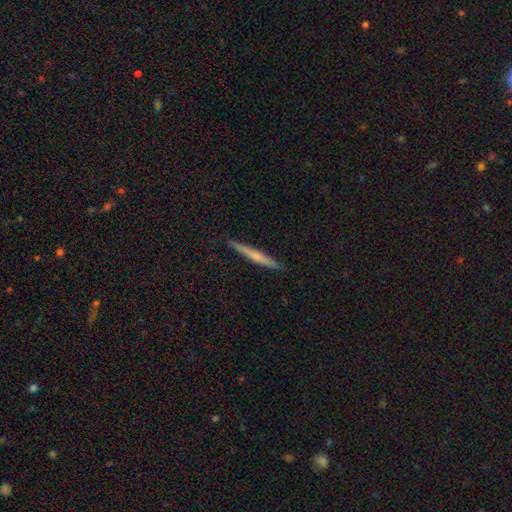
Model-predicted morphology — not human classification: Q: Smooth or featured?
A: featured or disk (48%); runner-up: smooth (46%)
Q: Merging?
A: none (92%); runner-up: minor disturbance (6%)